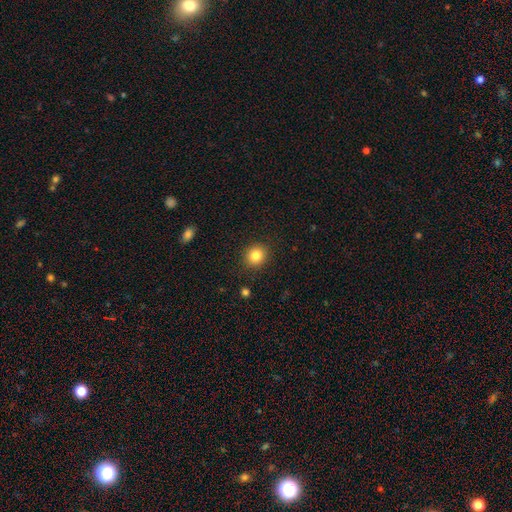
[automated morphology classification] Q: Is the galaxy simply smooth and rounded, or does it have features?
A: smooth — 83%.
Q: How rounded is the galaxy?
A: round — 82%.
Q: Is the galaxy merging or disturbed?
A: none — 90%.